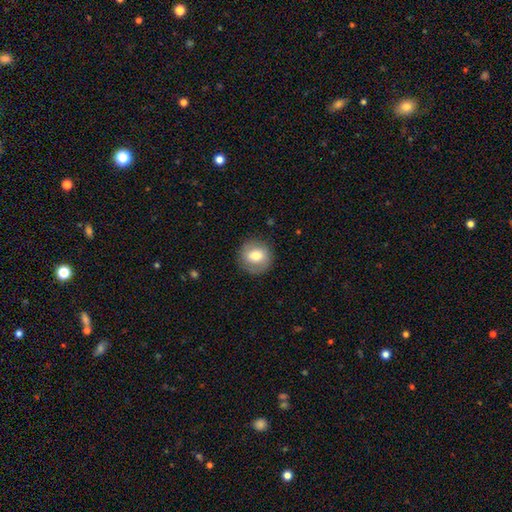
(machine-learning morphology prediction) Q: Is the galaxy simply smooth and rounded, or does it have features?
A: smooth — 66%.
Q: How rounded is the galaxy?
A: round — 88%.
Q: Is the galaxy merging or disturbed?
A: none — 85%.